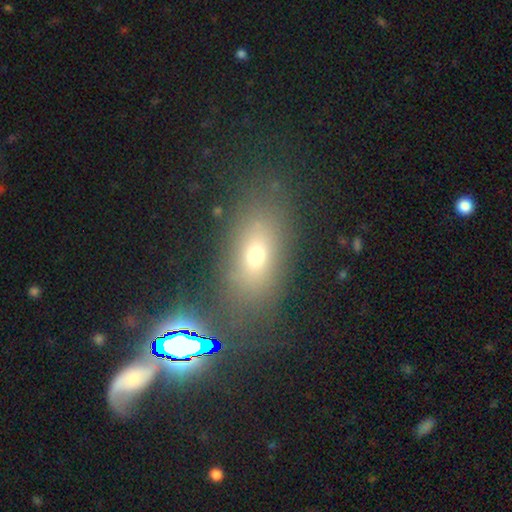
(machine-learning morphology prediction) Smooth or featured?
  - smooth: 58% *
  - star or artifact: 25%
  - featured or disk: 17%
How rounded?
  - in between: 73% *
  - round: 17%
  - cigar-shaped: 10%
Merging?
  - none: 77% *
  - minor disturbance: 12%
  - major disturbance: 6%
  - merger: 5%